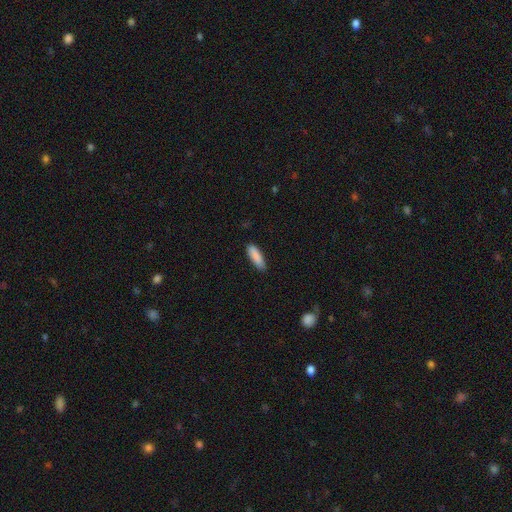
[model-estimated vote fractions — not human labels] This appears to be a smooth galaxy with no disk features (89%) that is cigar-shaped (59%). Merging: none (84%).